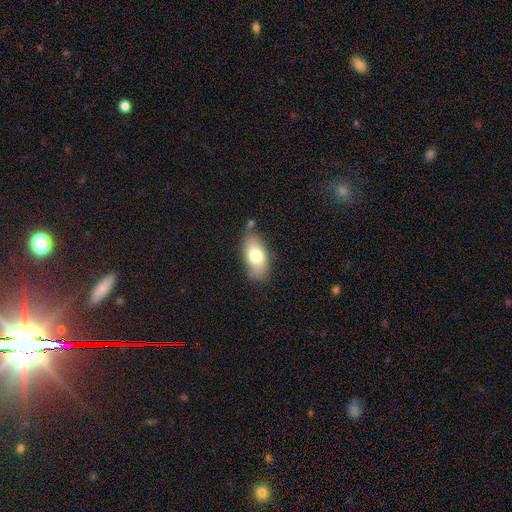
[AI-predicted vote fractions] This is likely a smooth galaxy (74%). How rounded: clearly in between (91%). Merging: likely none (70%).